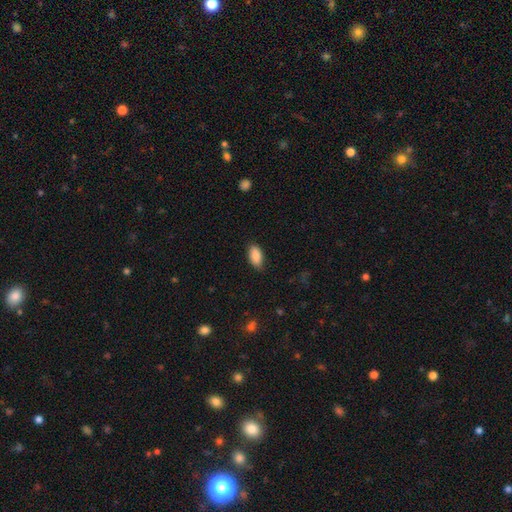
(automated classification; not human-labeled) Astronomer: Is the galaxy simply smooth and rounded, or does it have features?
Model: smooth — 88%.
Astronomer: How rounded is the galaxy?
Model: in between — 93%.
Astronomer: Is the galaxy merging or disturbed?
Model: none — 84%.